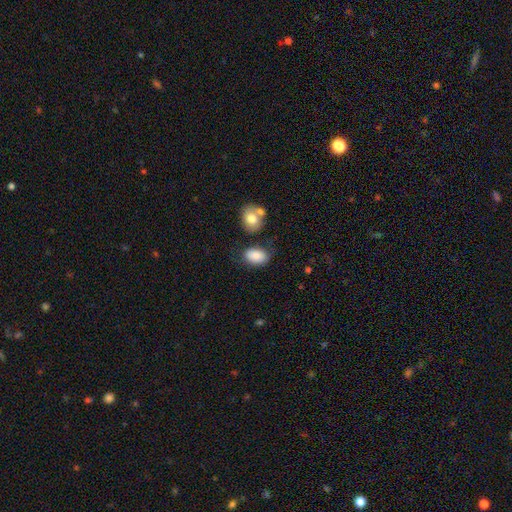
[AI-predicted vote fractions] Smooth or featured?
  - smooth: 85% *
  - featured or disk: 8%
  - star or artifact: 7%
How rounded?
  - in between: 86% *
  - round: 13%
  - cigar-shaped: 1%
Merging?
  - none: 64% *
  - minor disturbance: 20%
  - merger: 9%
  - major disturbance: 6%